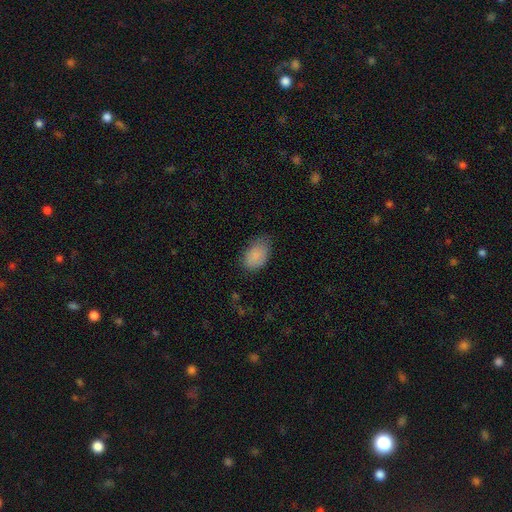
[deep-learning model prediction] Smooth or featured? smooth (87%)
How rounded? in between (91%)
Merging? none (66%)